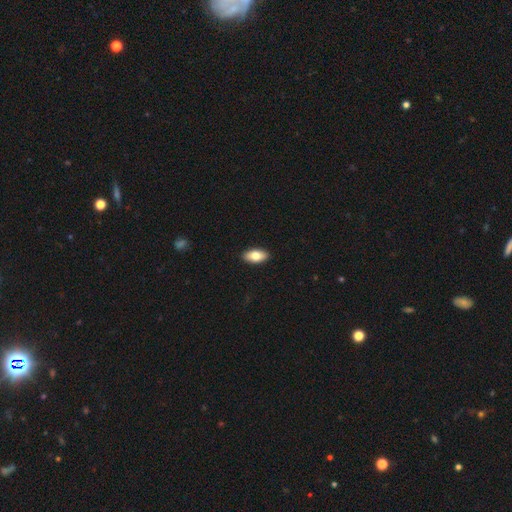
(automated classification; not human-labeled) This is likely a smooth galaxy (79%). How rounded: clearly in between (91%). Merging: clearly none (91%).